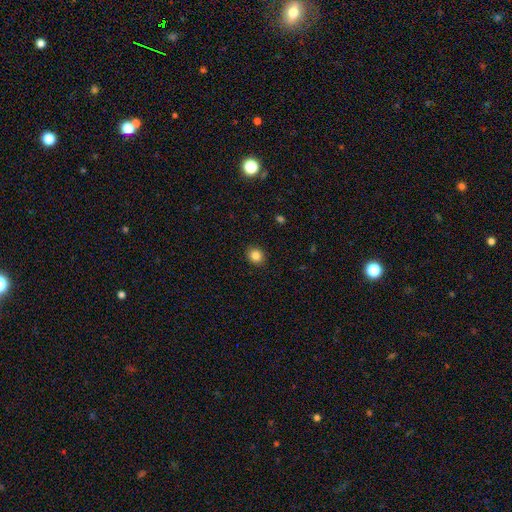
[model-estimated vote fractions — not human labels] A smooth galaxy with no disk features (85%) that is round (75%). Merging: none (91%).